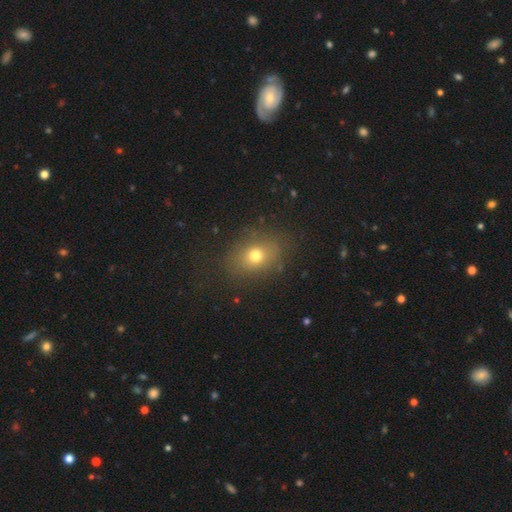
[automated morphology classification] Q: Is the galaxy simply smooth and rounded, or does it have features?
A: smooth — 72%.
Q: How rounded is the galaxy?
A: in between — 56%.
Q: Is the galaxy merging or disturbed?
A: none — 81%.